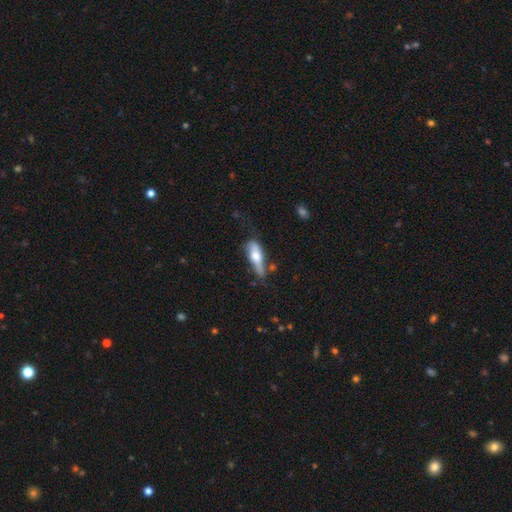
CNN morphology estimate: Smooth or featured? smooth (62%)
How rounded? cigar-shaped (49%)
Merging? none (43%)